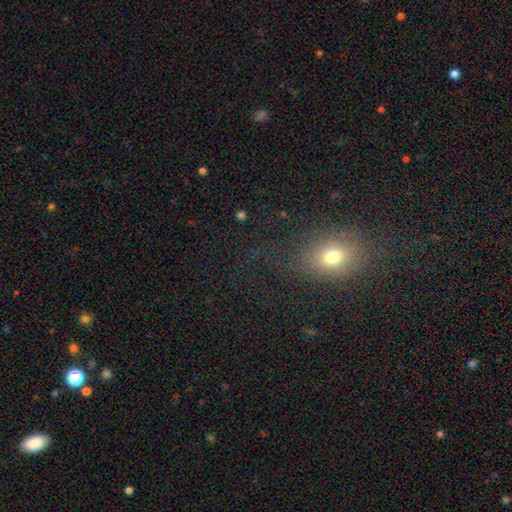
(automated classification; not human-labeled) Overall: smooth (61%; star or artifact 29%). How rounded: in between (52%; round 45%). Merging: none (79%).